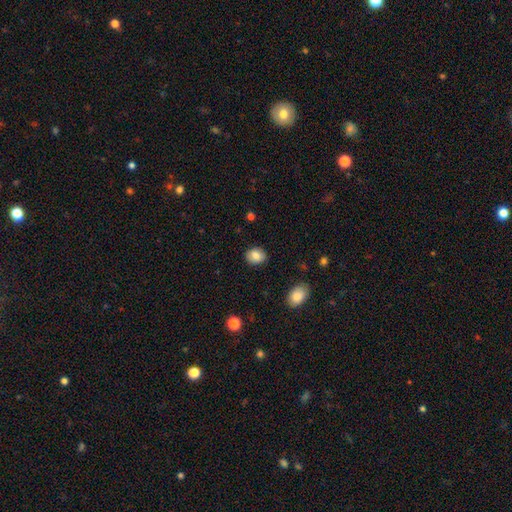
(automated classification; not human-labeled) This is clearly a smooth galaxy (83%). How rounded: possibly round (54%). Merging: clearly none (87%).